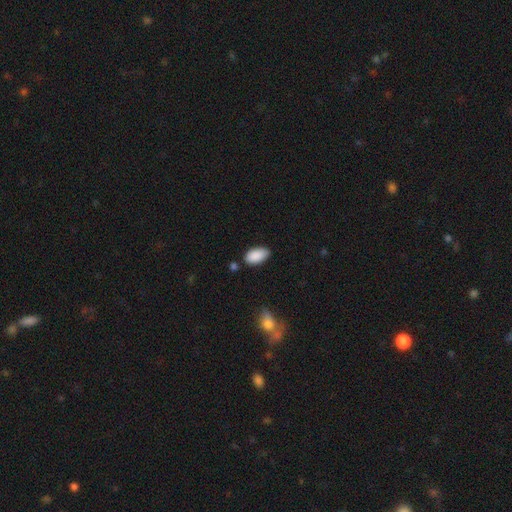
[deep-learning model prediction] Smooth or featured?
  - smooth: 89% *
  - star or artifact: 7%
  - featured or disk: 4%
How rounded?
  - in between: 95% *
  - round: 3%
  - cigar-shaped: 3%
Merging?
  - none: 74% *
  - minor disturbance: 19%
  - merger: 4%
  - major disturbance: 3%